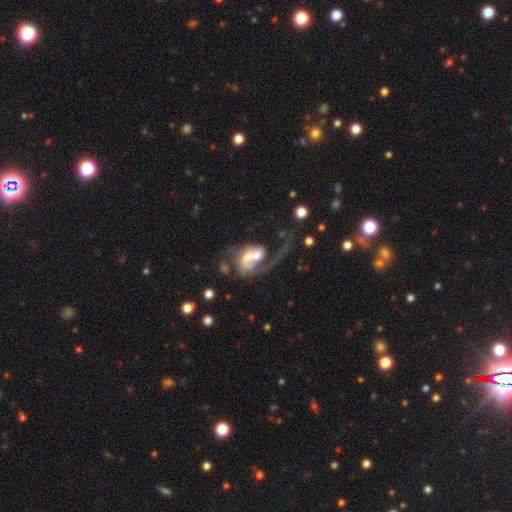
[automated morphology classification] A featured or disk galaxy (71%) with no bar (58%), 1 (68%) loose (57%) spiral arms (79%) and a moderate central bulge (41%). Merging: merger (47%).